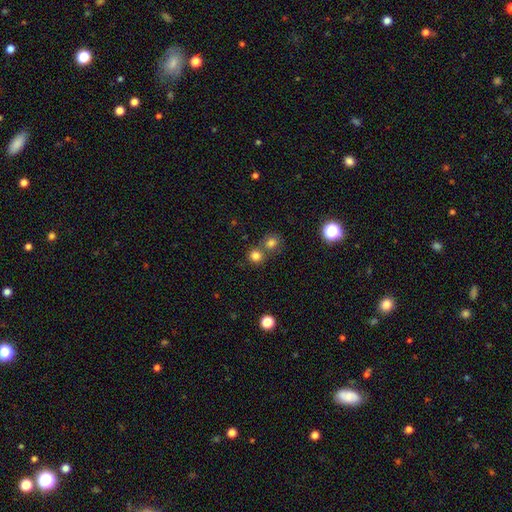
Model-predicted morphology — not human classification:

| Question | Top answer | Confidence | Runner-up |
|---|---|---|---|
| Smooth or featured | smooth | 79% | star or artifact (15%) |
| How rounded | round | 88% | in between (11%) |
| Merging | none | 56% | merger (34%) |